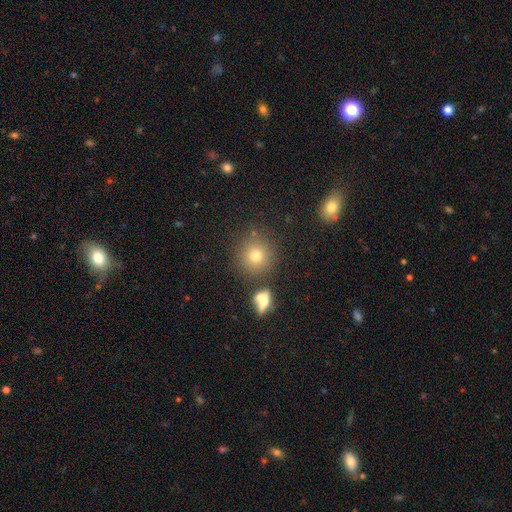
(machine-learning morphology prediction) Smooth or featured? Predicted: smooth (p=0.73). How rounded? Predicted: round (p=0.92). Merging? Predicted: none (p=0.80).